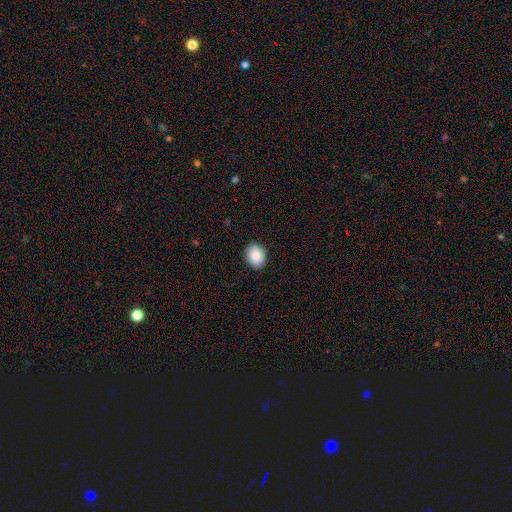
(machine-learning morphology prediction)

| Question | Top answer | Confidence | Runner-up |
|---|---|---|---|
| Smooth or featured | smooth | 87% | star or artifact (7%) |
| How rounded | in between | 57% | round (42%) |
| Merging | none | 90% | minor disturbance (7%) |